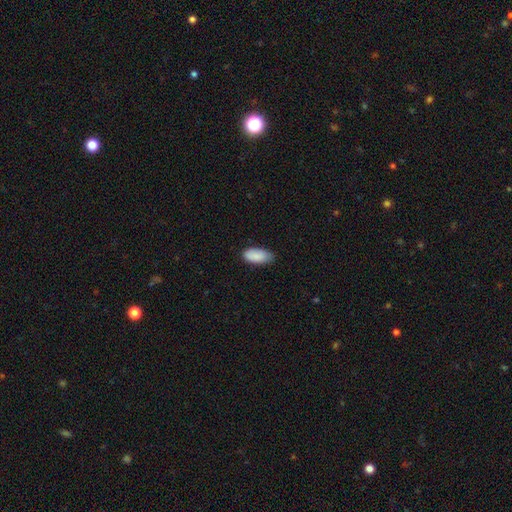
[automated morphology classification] This is clearly a smooth galaxy (89%). How rounded: clearly in between (92%). Merging: likely none (72%).